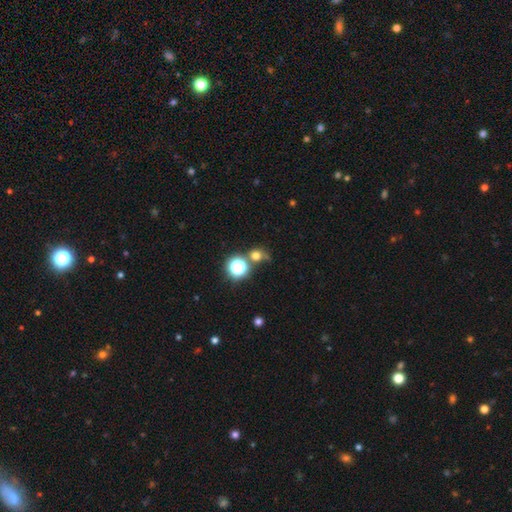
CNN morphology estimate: A smooth galaxy with no disk features (63%) that is round (84%).

Vote fractions:
- Smooth or featured? smooth: 63% / star or artifact: 27% / featured or disk: 10%
- How rounded? round: 84% / in between: 15% / cigar-shaped: 1%
- Merging? none: 56% / merger: 20% / minor disturbance: 15% / major disturbance: 10%